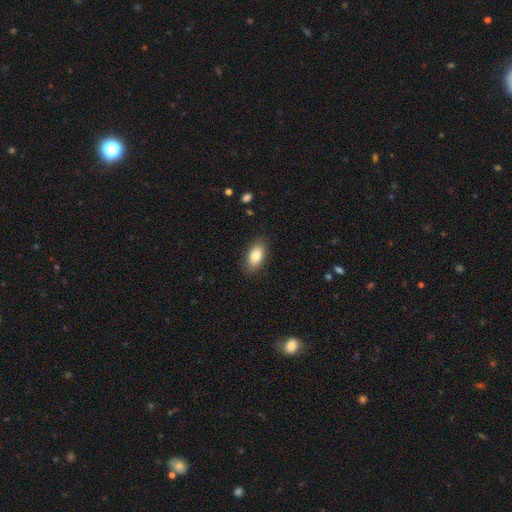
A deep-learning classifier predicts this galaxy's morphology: type=smooth (85%); roundness=in between (91%); merging=none (87%).